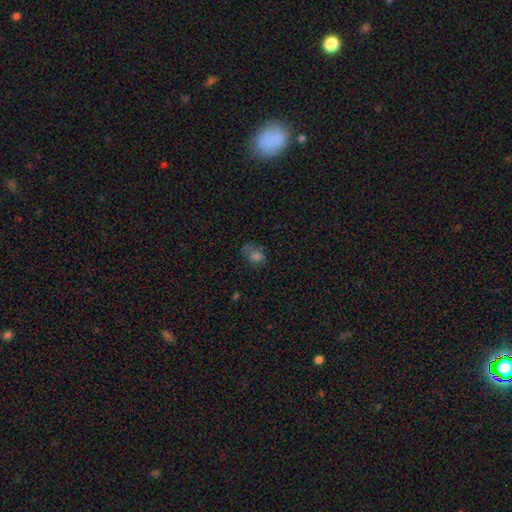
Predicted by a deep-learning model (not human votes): Smooth or featured: smooth — 61% (star or artifact — 22%)
How rounded: in between — 66% (round — 32%)
Merging: none — 47% (minor disturbance — 27%)